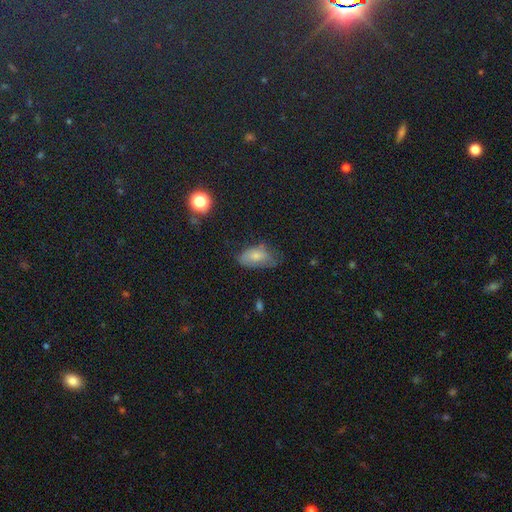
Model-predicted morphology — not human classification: This appears to be a smooth galaxy with no disk features (73%) that is in between round and cigar-shaped (91%). Merging: none (47%).